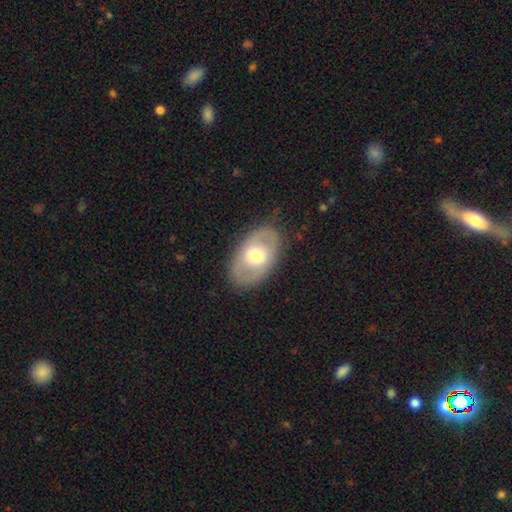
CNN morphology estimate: A smooth galaxy with no disk features (49%). Merging: none (82%).